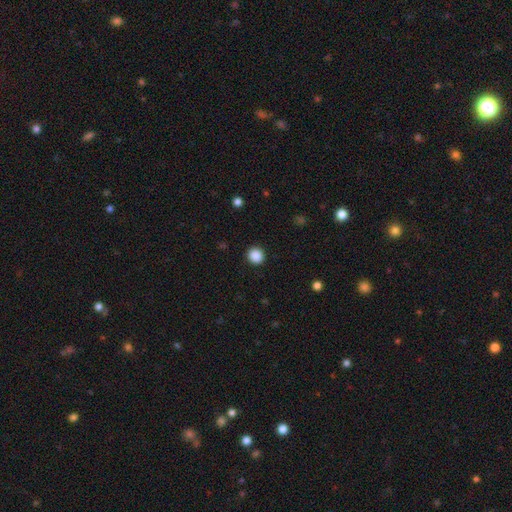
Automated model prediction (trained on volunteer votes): Morphology: type=smooth (88%); roundness=round (91%); merging=none (92%).